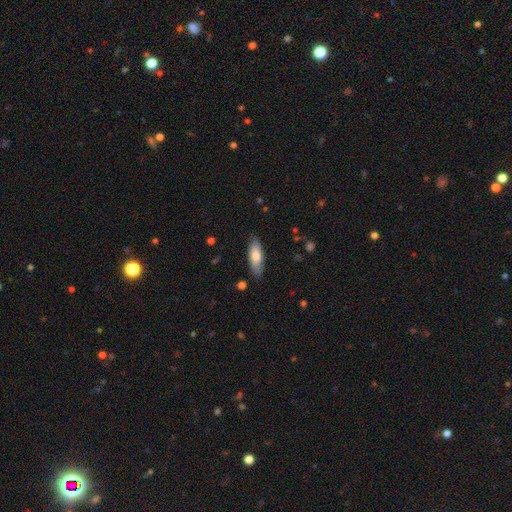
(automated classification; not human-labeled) This appears to be a smooth galaxy with no disk features (73%) that is in between round and cigar-shaped (62%). Merging: none (84%).